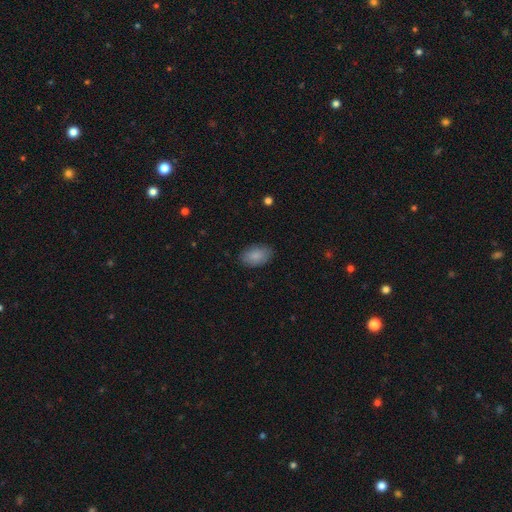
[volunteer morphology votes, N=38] A smooth galaxy with no disk features (76%) that is in between round and cigar-shaped (93%).

Vote fractions:
- Smooth or featured? smooth: 76% / featured or disk: 13% / star or artifact: 11%
- How rounded? in between: 93% / round: 3% / cigar-shaped: 3%
- Merging? none: 91% / minor disturbance: 6% / major disturbance: 3% / merger: 0%